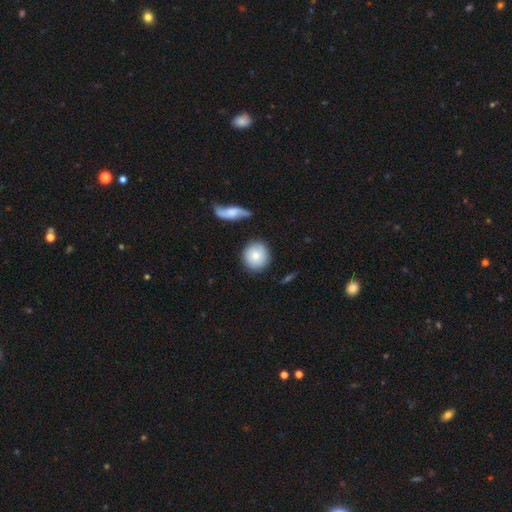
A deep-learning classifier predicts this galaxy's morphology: smooth-or-featured: smooth: 74% | featured or disk: 20% | star or artifact: 7%
  how-rounded: round: 88% | in between: 11% | cigar-shaped: 1%
  merging: none: 79% | minor disturbance: 13% | merger: 5% | major disturbance: 3%